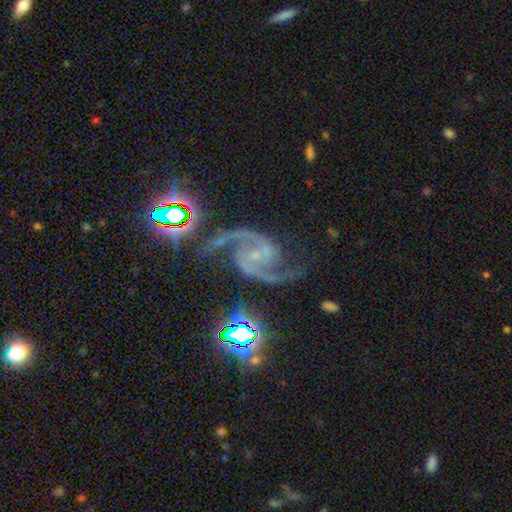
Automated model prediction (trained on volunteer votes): Smooth or featured? Predicted: featured or disk (p=0.90). Edge-on disk? Predicted: no (p=0.98). Bar? Predicted: weak (p=0.44). Spiral arms? Predicted: yes (p=0.98). Spiral winding? Predicted: medium (p=0.55). Spiral arm count? Predicted: 2 (p=0.94). Bulge size? Predicted: small (p=0.69). Merging? Predicted: none (p=0.68).